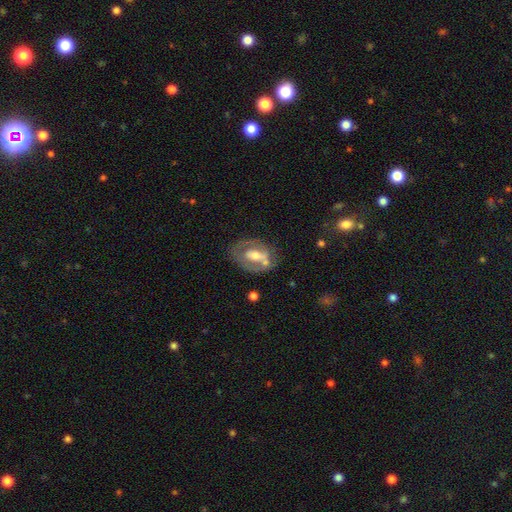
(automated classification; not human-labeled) This is likely a featured or disk galaxy (65%). It is clearly not viewed edge-on (92%). Bar: possibly no (46%). Spiral arm pattern: likely no (67%). Central bulge: likely moderate (62%). Merging: possibly none (57%).